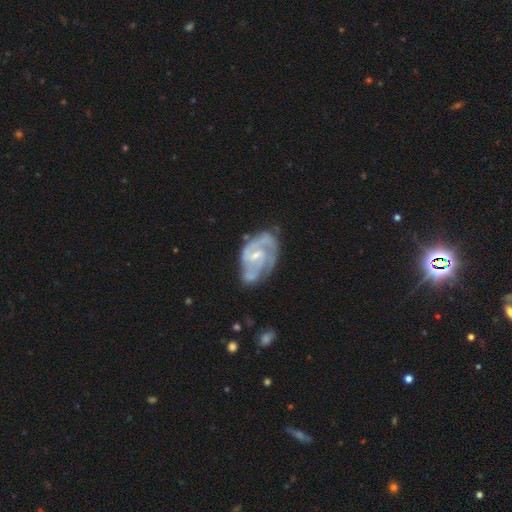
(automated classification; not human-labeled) Smooth or featured? Predicted: featured or disk (p=0.87). Edge-on disk? Predicted: no (p=0.98). Bar? Predicted: weak (p=0.52). Spiral arms? Predicted: yes (p=0.94). Spiral winding? Predicted: medium (p=0.45). Spiral arm count? Predicted: 2 (p=0.55). Bulge size? Predicted: small (p=0.63). Merging? Predicted: none (p=0.53).